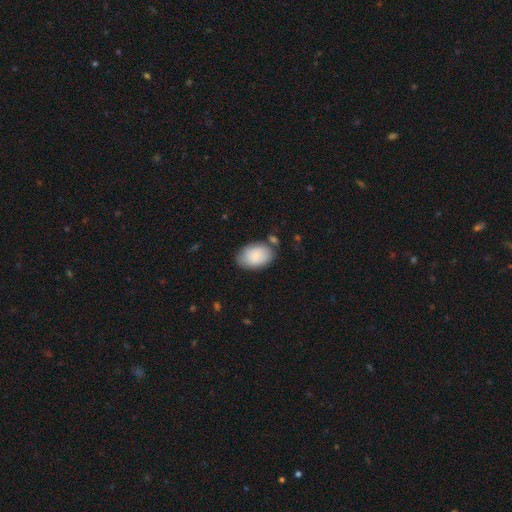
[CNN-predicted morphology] This appears to be a smooth galaxy with no disk features (85%) that is in between round and cigar-shaped (90%). Merging: none (73%).